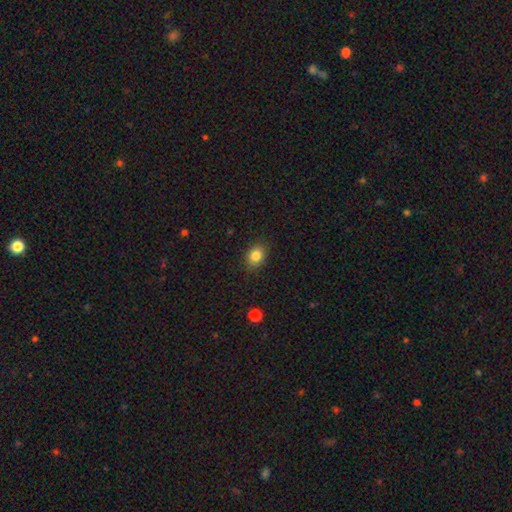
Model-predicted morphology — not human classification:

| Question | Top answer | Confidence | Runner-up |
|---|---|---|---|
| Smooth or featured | smooth | 84% | star or artifact (10%) |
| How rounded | in between | 56% | round (43%) |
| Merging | none | 87% | minor disturbance (10%) |